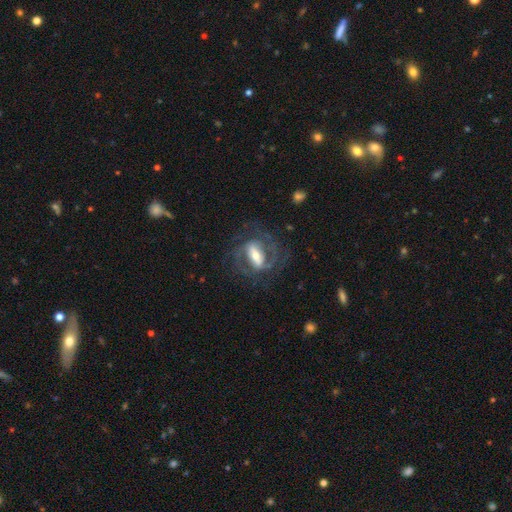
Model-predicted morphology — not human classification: type=featured or disk (80%); edge-on=no (92%); bar=strong (58%); spiral arms=yes (86%); winding=medium (46%); arm count=2 (66%); bulge=moderate (55%); merging=none (67%).